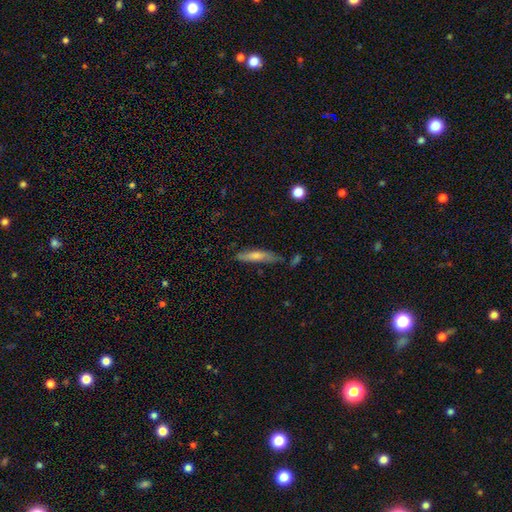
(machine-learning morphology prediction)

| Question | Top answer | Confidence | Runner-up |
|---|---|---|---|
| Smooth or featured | smooth | 62% | featured or disk (31%) |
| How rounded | cigar-shaped | 85% | in between (13%) |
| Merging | none | 69% | minor disturbance (21%) |